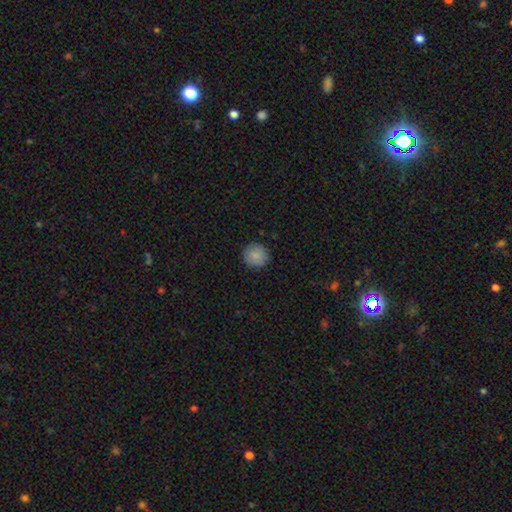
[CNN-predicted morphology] smooth 87%, star or artifact 8%, featured or disk 5%. Down the decision tree: how rounded — round (94%); merging — none (89%).